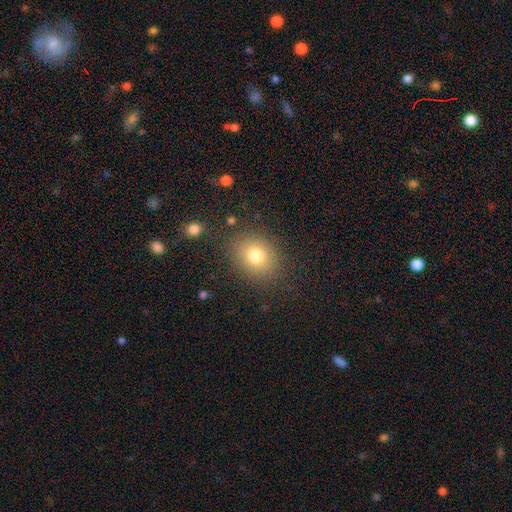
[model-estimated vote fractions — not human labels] A smooth galaxy with no disk features (78%) that is round (57%). Merging: none (84%).